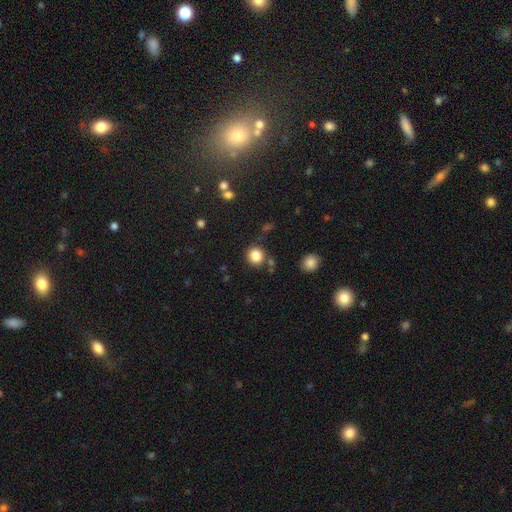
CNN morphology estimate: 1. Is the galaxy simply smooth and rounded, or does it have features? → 84% smooth, 11% star or artifact, 5% featured or disk.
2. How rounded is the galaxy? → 90% round, 9% in between, 1% cigar-shaped.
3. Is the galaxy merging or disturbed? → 80% none, 10% minor disturbance, 6% merger, 4% major disturbance.